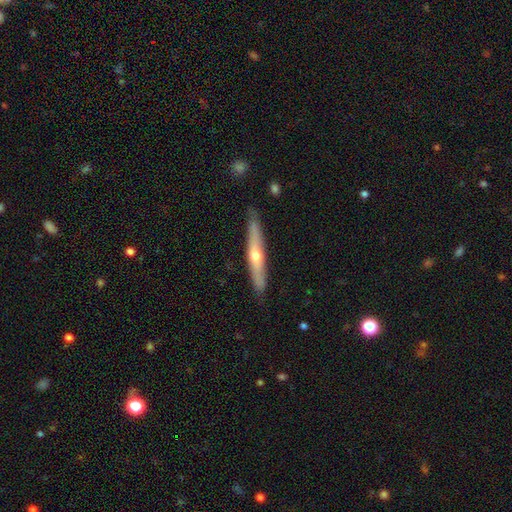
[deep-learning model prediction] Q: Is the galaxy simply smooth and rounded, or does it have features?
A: featured or disk — 65%.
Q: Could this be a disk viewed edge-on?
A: yes — 94%.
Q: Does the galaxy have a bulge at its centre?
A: rounded — 84%.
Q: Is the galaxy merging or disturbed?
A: none — 88%.